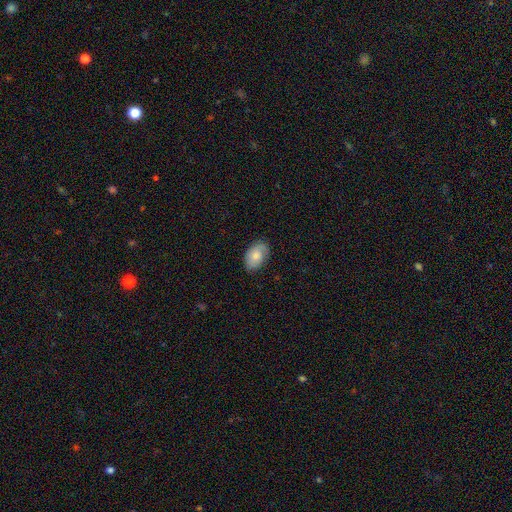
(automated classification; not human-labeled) Q: Smooth or featured?
A: smooth (72%); runner-up: featured or disk (21%)
Q: How rounded?
A: in between (90%); runner-up: round (9%)
Q: Merging?
A: none (78%); runner-up: minor disturbance (17%)